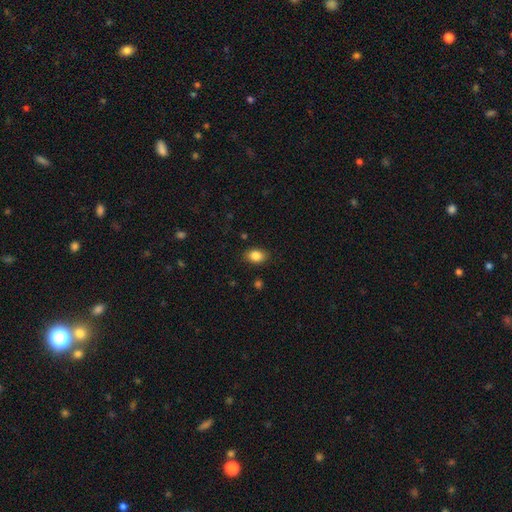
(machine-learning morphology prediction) smooth 86%, star or artifact 9%, featured or disk 6%. Down the decision tree: how rounded — in between (76%); merging — none (86%).